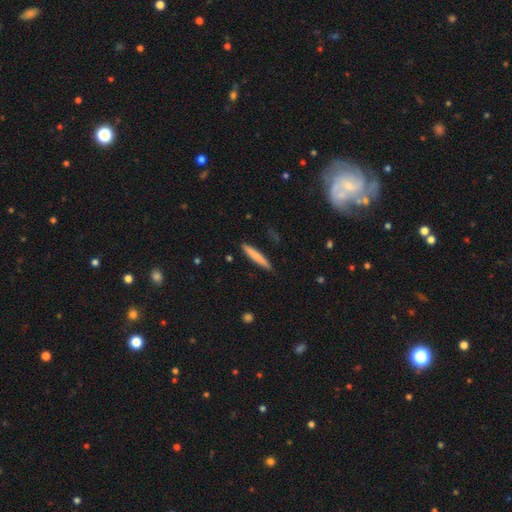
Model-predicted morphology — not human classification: smooth 76%, featured or disk 19%, star or artifact 5%. Down the decision tree: how rounded — cigar-shaped (95%); merging — none (89%).